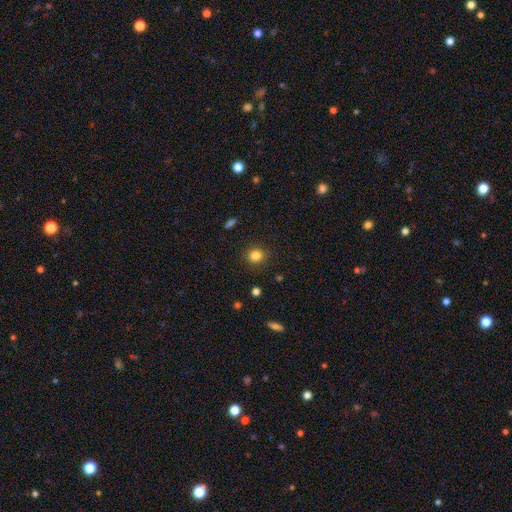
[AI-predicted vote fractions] Smooth or featured: smooth — 83% (star or artifact — 12%)
How rounded: round — 86% (in between — 13%)
Merging: none — 89% (minor disturbance — 7%)